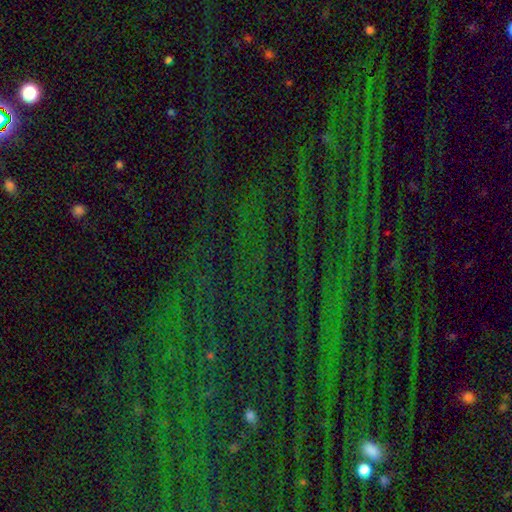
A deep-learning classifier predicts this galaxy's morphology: smooth-or-featured: star or artifact: 81% | smooth: 9% | featured or disk: 9%